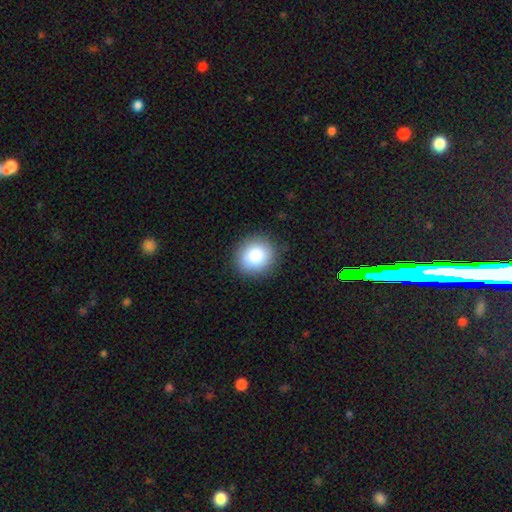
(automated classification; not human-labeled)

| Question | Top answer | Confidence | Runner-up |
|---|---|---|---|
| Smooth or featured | smooth | 84% | star or artifact (9%) |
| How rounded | round | 86% | in between (13%) |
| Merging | none | 89% | minor disturbance (8%) |